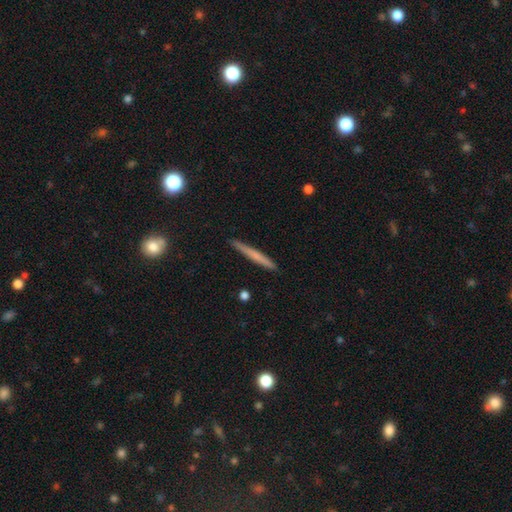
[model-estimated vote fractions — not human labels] Smooth or featured?
  - smooth: 57% *
  - featured or disk: 37%
  - star or artifact: 6%
How rounded?
  - cigar-shaped: 96% *
  - in between: 2%
  - round: 2%
Merging?
  - none: 90% *
  - minor disturbance: 7%
  - major disturbance: 1%
  - merger: 1%